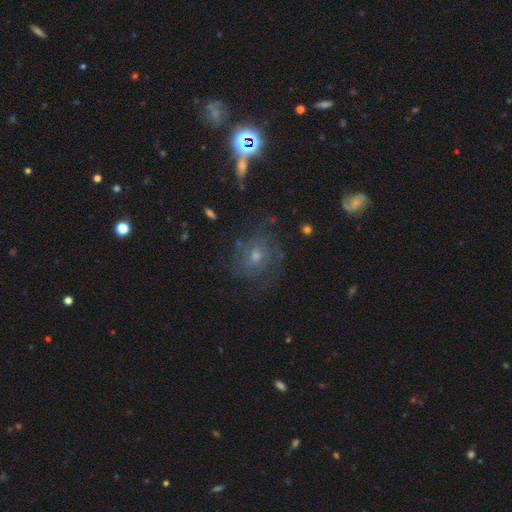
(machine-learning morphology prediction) smooth_or_featured: featured or disk (p=0.68) [alt: smooth p=0.19]
disk_edge_on: no (p=0.97) [alt: yes p=0.03]
bar: no (p=0.65) [alt: weak p=0.31]
has_spiral_arms: yes (p=0.87) [alt: no p=0.13]
spiral_winding: tight (p=0.47) [alt: medium p=0.39]
spiral_arm_count: can't tell (p=0.43) [alt: 2 p=0.20]
bulge_size: moderate (p=0.53) [alt: small p=0.38]
merging: none (p=0.67) [alt: minor disturbance p=0.18]